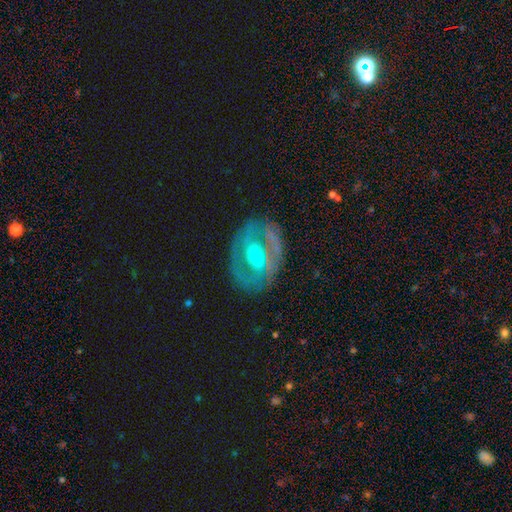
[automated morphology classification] smooth_or_featured: featured or disk (p=0.77) [alt: smooth p=0.15]
disk_edge_on: no (p=0.95) [alt: yes p=0.05]
bar: weak (p=0.38) [alt: no p=0.36]
has_spiral_arms: yes (p=0.68) [alt: no p=0.32]
bulge_size: moderate (p=0.50) [alt: small p=0.46]
merging: none (p=0.74) [alt: minor disturbance p=0.18]